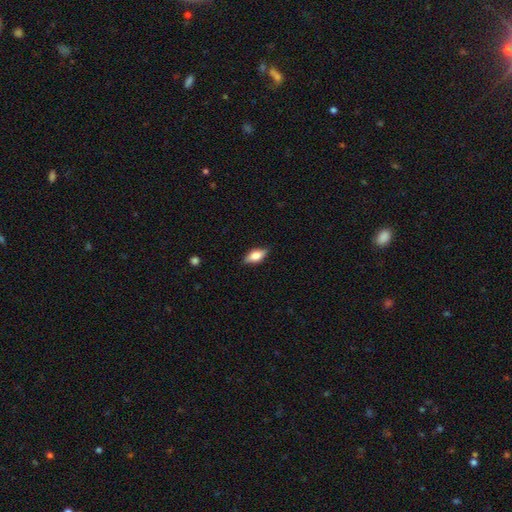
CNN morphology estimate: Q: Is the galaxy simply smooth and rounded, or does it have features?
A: smooth — 60%.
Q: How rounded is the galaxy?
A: in between — 80%.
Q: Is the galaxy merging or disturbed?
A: none — 83%.